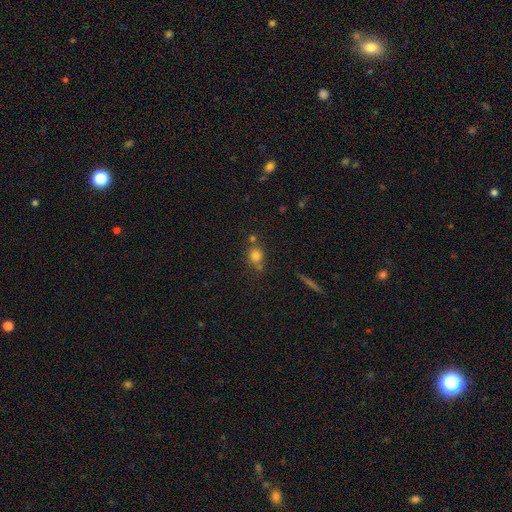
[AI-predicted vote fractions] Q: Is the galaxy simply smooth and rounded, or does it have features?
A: smooth — 78%.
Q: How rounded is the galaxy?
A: round — 73%.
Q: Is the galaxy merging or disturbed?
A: none — 60%.